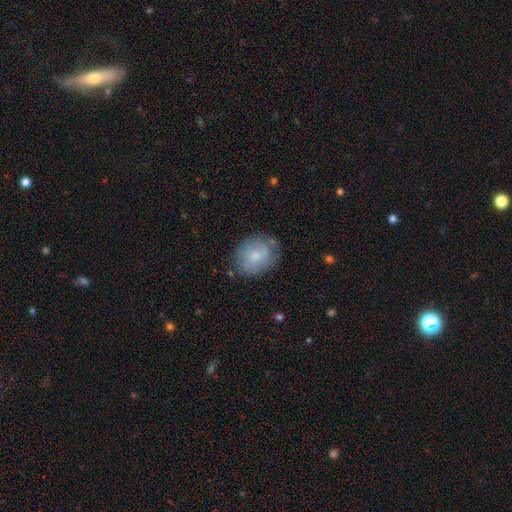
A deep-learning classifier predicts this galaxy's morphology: Smooth or featured? Predicted: smooth (p=0.67). How rounded? Predicted: round (p=0.58). Merging? Predicted: none (p=0.70).